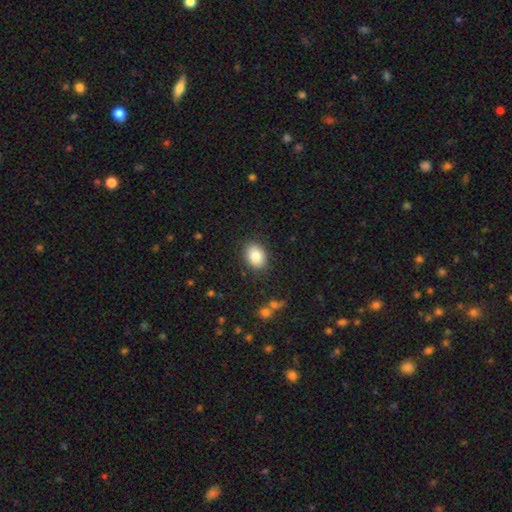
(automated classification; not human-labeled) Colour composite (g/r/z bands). It shows a smooth galaxy with no disk features (84%) that is in between round and cigar-shaped (67%). Merging: none (87%).